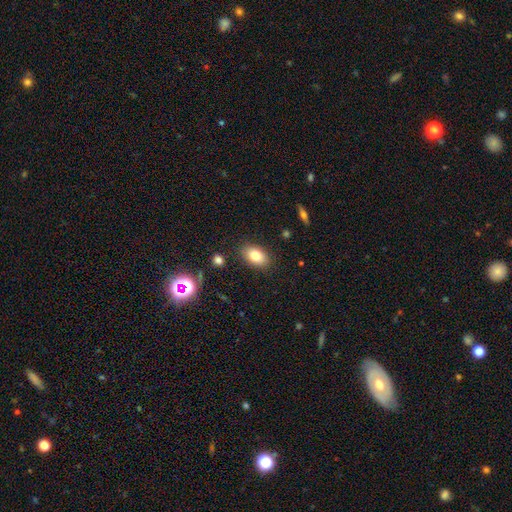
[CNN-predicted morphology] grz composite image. It shows a smooth galaxy with no disk features (79%) that is in between round and cigar-shaped (89%). Merging: none (86%).